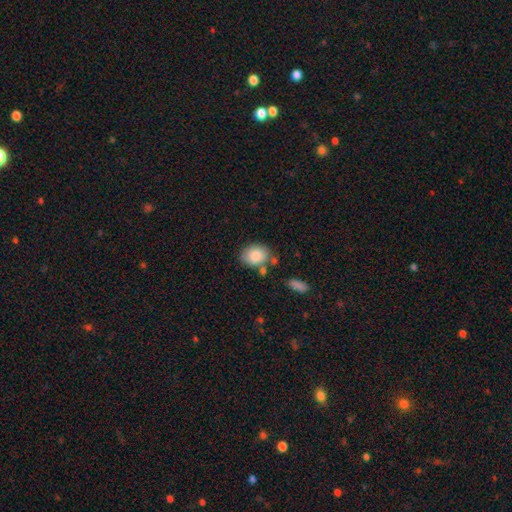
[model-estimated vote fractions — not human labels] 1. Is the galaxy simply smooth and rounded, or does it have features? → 86% smooth, 8% star or artifact, 7% featured or disk.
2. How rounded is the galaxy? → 61% in between, 38% round, 1% cigar-shaped.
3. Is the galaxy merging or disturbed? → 68% none, 17% minor disturbance, 11% merger, 5% major disturbance.